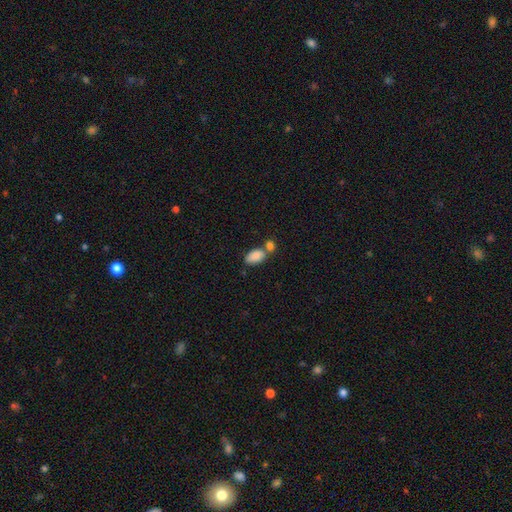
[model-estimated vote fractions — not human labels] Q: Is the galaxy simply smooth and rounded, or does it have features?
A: smooth — 86%.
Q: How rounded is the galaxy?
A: in between — 93%.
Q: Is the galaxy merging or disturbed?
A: none — 45%.